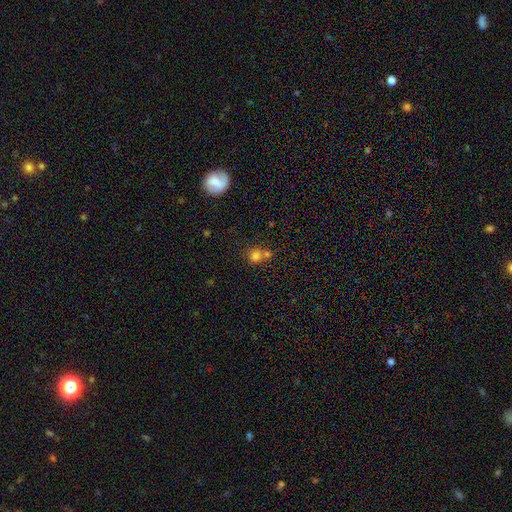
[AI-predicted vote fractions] Q: Smooth or featured?
A: smooth (75%); runner-up: star or artifact (16%)
Q: How rounded?
A: round (84%); runner-up: in between (15%)
Q: Merging?
A: none (49%); runner-up: merger (38%)